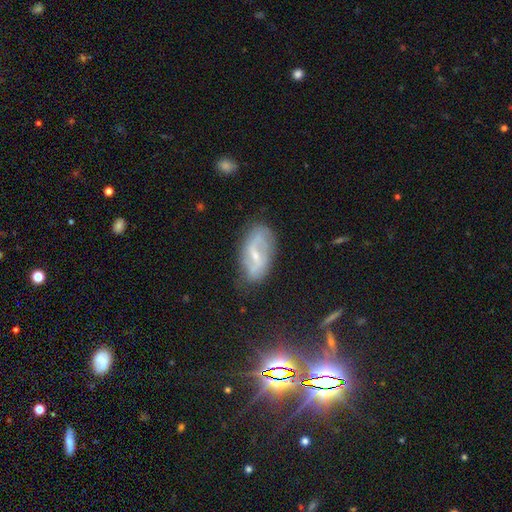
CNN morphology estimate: This appears to be a featured or disk galaxy (74%) with a weak bar (50%), 2 (81%) loose (49%) spiral arms (86%) and a small central bulge (63%). Merging: none (72%).